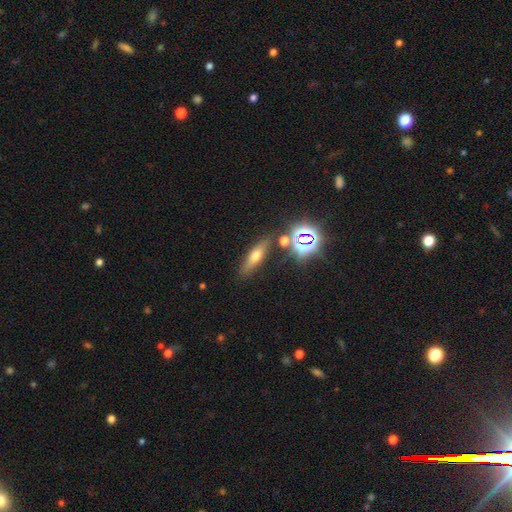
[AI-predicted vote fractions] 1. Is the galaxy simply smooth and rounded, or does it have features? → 46% smooth, 34% featured or disk, 20% star or artifact.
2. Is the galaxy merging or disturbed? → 81% none, 10% minor disturbance, 6% merger, 3% major disturbance.